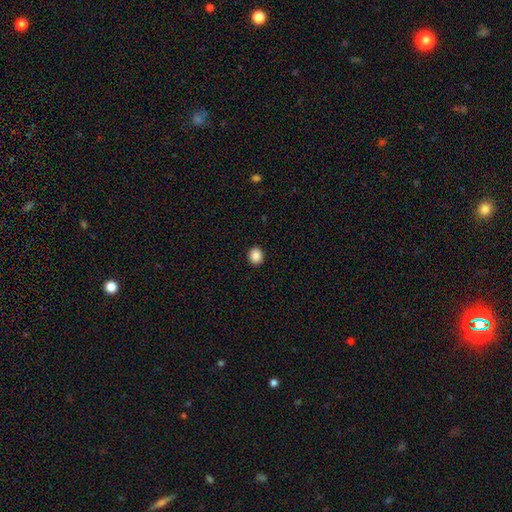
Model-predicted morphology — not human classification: smooth-or-featured: smooth: 88% | star or artifact: 9% | featured or disk: 3%
  how-rounded: round: 74% | in between: 25% | cigar-shaped: 1%
  merging: none: 93% | minor disturbance: 5% | major disturbance: 2% | merger: 1%